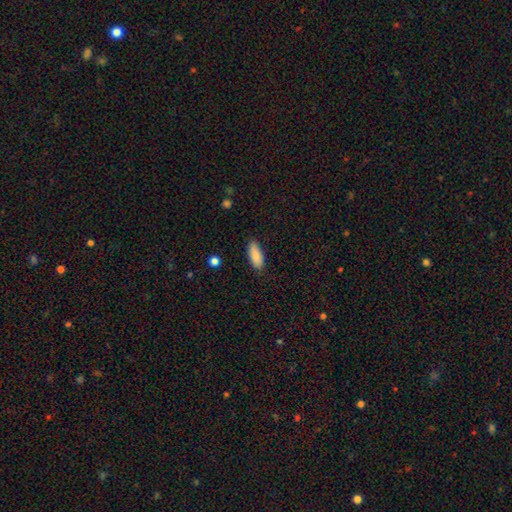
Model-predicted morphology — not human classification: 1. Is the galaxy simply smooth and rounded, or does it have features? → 87% smooth, 7% featured or disk, 6% star or artifact.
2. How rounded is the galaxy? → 80% in between, 18% cigar-shaped, 2% round.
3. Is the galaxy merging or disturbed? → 86% none, 11% minor disturbance, 2% major disturbance, 1% merger.